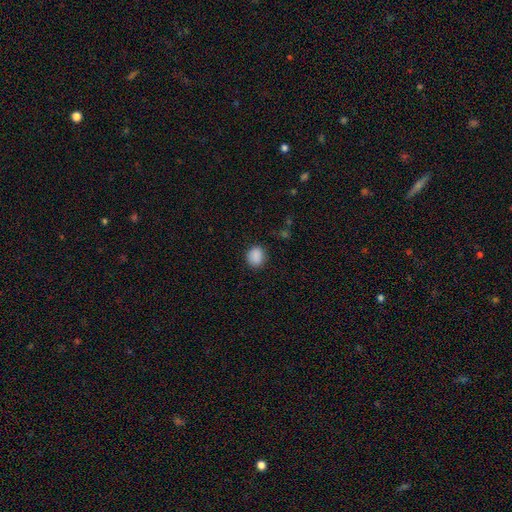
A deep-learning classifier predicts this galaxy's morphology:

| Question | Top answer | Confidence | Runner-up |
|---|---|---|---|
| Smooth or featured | smooth | 88% | star or artifact (9%) |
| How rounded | round | 65% | in between (34%) |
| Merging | none | 83% | minor disturbance (12%) |